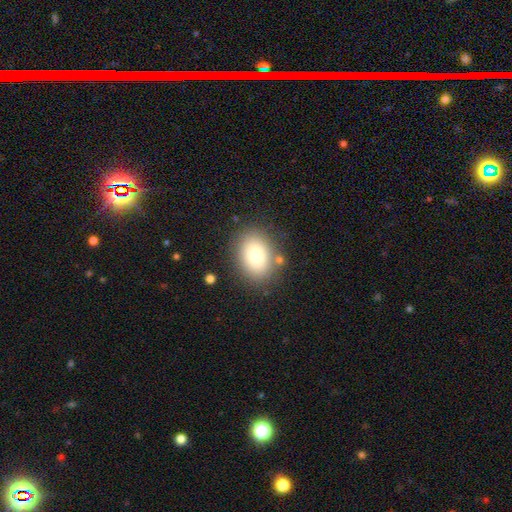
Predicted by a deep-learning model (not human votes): A smooth galaxy with no disk features (79%) that is in between round and cigar-shaped (65%).

Vote fractions:
- Smooth or featured? smooth: 79% / featured or disk: 12% / star or artifact: 10%
- How rounded? in between: 65% / round: 34% / cigar-shaped: 1%
- Merging? none: 81% / minor disturbance: 11% / major disturbance: 4% / merger: 4%